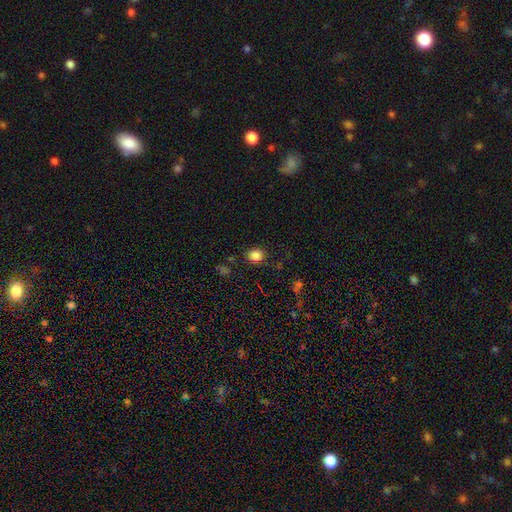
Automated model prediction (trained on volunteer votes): Smooth or featured: smooth — 83% (star or artifact — 13%)
How rounded: round — 73% (in between — 26%)
Merging: none — 84% (minor disturbance — 10%)